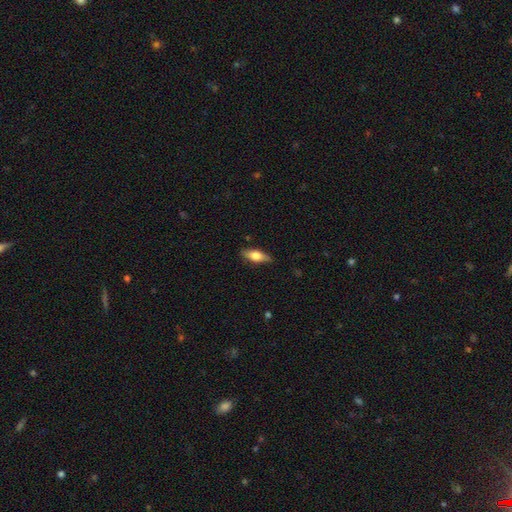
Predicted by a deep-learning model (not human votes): smooth 58%, featured or disk 35%, star or artifact 6%. Down the decision tree: how rounded — in between (67%); merging — none (85%).